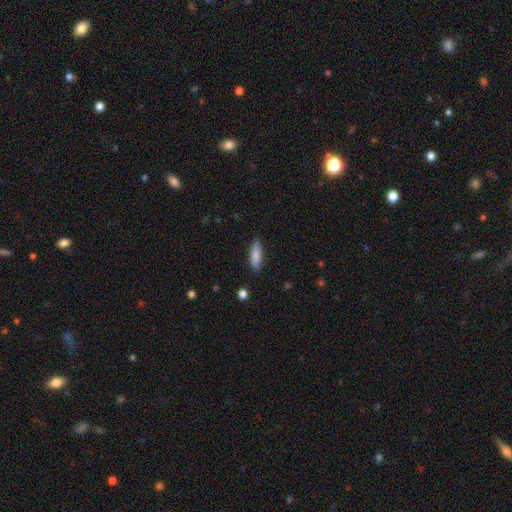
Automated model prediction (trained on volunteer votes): A smooth galaxy with no disk features (85%) that is in between round and cigar-shaped (53%). Merging: none (83%).